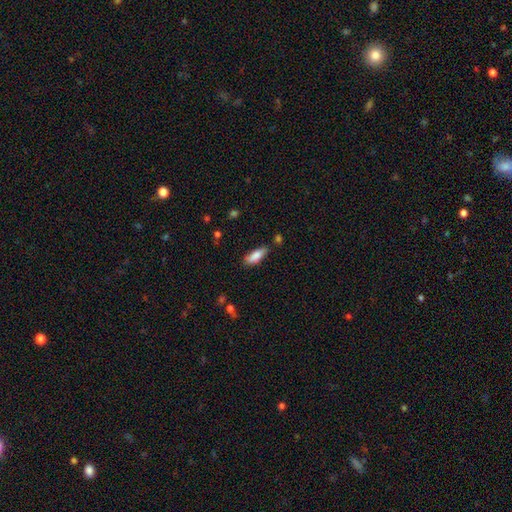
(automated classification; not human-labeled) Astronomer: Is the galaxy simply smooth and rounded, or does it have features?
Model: smooth — 83%.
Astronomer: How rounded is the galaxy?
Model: in between — 65%.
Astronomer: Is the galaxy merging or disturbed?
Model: none — 73%.